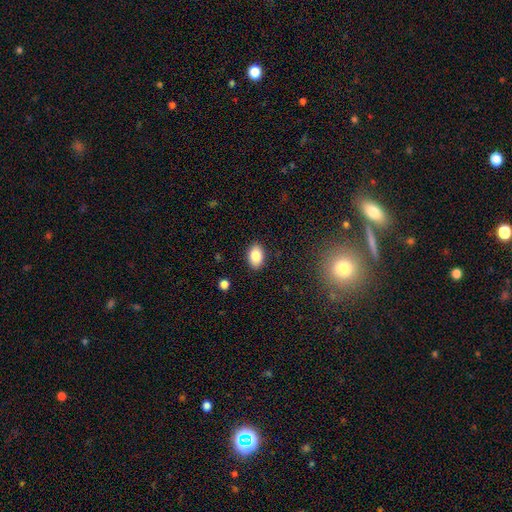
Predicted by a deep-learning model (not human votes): Smooth or featured?
  - smooth: 86% *
  - star or artifact: 8%
  - featured or disk: 6%
How rounded?
  - in between: 88% *
  - round: 10%
  - cigar-shaped: 1%
Merging?
  - none: 88% *
  - minor disturbance: 9%
  - major disturbance: 2%
  - merger: 1%